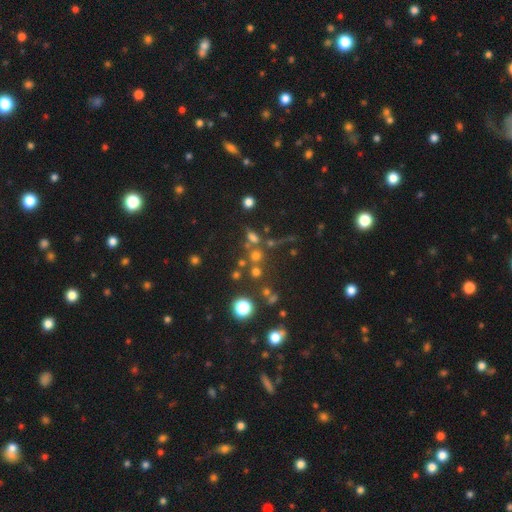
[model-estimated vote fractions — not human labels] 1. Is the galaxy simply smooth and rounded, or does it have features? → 47% smooth, 38% star or artifact, 16% featured or disk.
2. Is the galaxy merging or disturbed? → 59% none, 27% merger, 9% minor disturbance, 6% major disturbance.